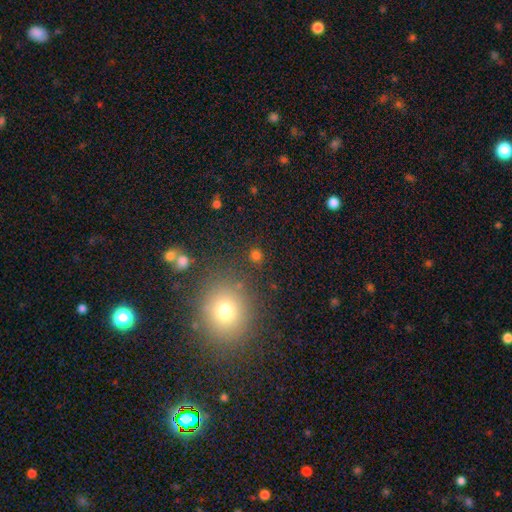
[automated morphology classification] Q: Smooth or featured?
A: smooth (68%); runner-up: star or artifact (25%)
Q: How rounded?
A: round (80%); runner-up: in between (18%)
Q: Merging?
A: none (82%); runner-up: minor disturbance (8%)